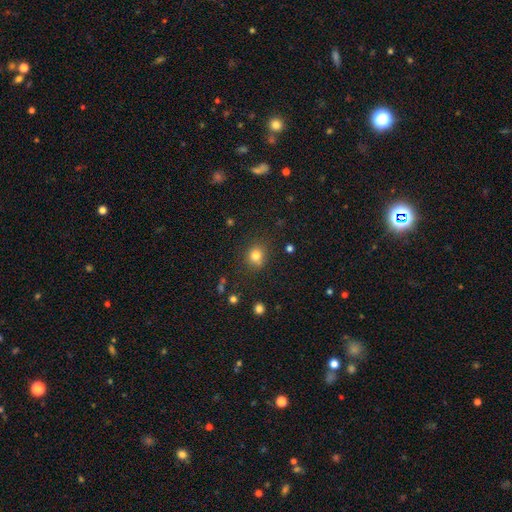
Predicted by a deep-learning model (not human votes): The model was most divided on "how rounded": round: 77%, in between: 22%, cigar-shaped: 1%. More confident: smooth or featured — smooth (80%); merging — none (76%).